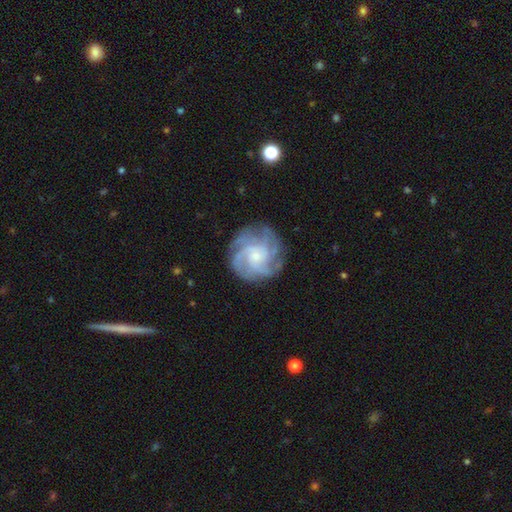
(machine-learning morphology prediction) smooth_or_featured: featured or disk (p=0.84) [alt: smooth p=0.10]
disk_edge_on: no (p=0.98) [alt: yes p=0.02]
bar: no (p=0.73) [alt: weak p=0.24]
has_spiral_arms: yes (p=0.96) [alt: no p=0.04]
spiral_winding: tight (p=0.57) [alt: medium p=0.35]
spiral_arm_count: 4 (p=0.35) [alt: can't tell p=0.21]
bulge_size: small (p=0.65) [alt: moderate p=0.27]
merging: none (p=0.78) [alt: minor disturbance p=0.15]